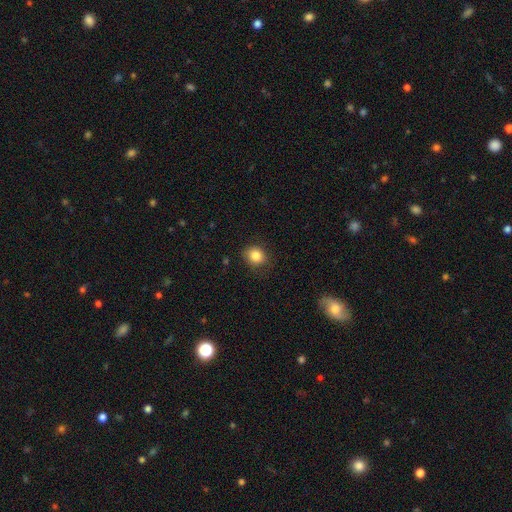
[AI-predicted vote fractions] This is clearly a smooth galaxy (84%). How rounded: likely round (70%). Merging: likely none (78%).